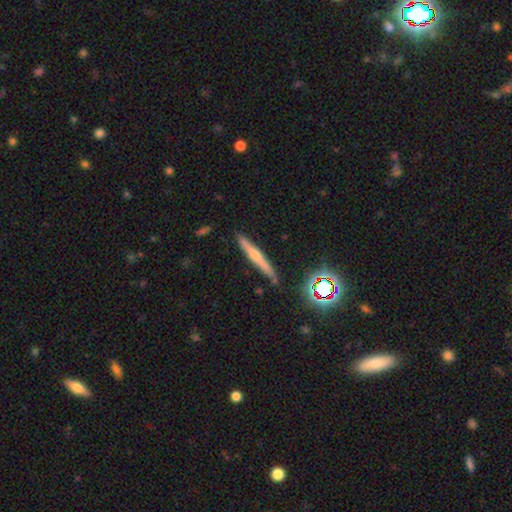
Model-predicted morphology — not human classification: smooth-or-featured: featured or disk: 46% | smooth: 43% | star or artifact: 11%
  merging: none: 85% | minor disturbance: 10% | merger: 2% | major disturbance: 2%